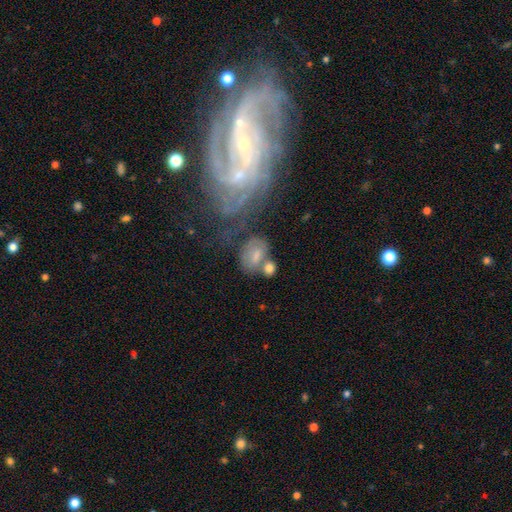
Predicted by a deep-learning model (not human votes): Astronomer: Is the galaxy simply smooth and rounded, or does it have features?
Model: smooth — 61%.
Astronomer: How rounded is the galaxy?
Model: in between — 70%.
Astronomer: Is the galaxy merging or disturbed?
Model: none — 39% (runner-up: merger, 32%).